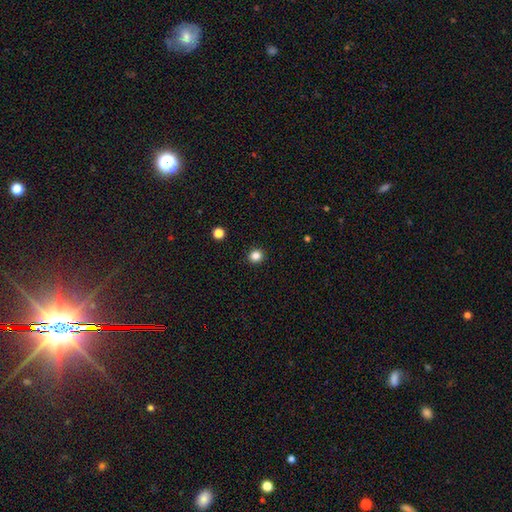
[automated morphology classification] This is clearly a smooth galaxy (84%). How rounded: clearly round (89%). Merging: clearly none (93%).